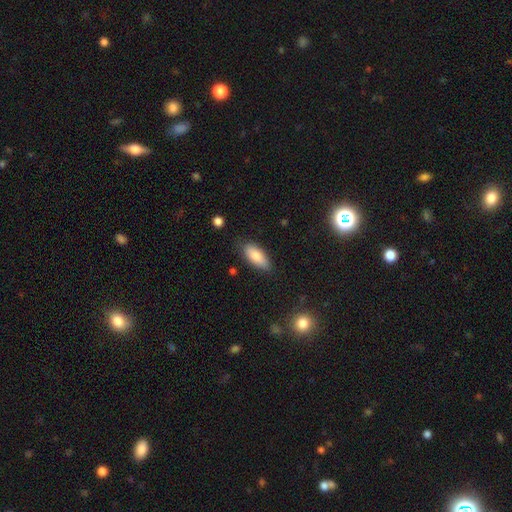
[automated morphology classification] Smooth or featured: smooth — 83% (featured or disk — 11%)
How rounded: in between — 80% (cigar-shaped — 18%)
Merging: none — 79% (minor disturbance — 16%)